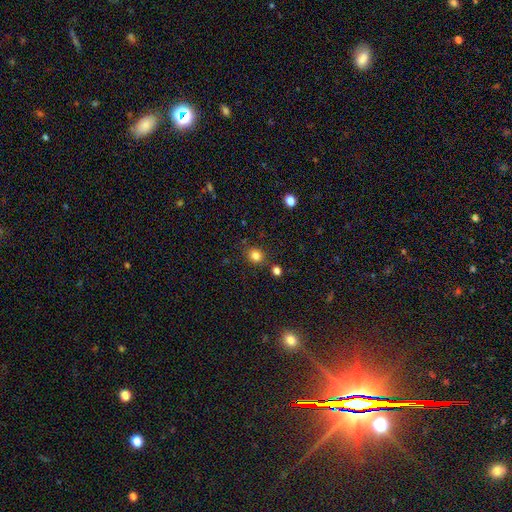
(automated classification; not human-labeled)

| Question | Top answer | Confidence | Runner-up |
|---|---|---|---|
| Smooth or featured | smooth | 82% | star or artifact (13%) |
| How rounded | round | 76% | in between (23%) |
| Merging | none | 80% | minor disturbance (10%) |